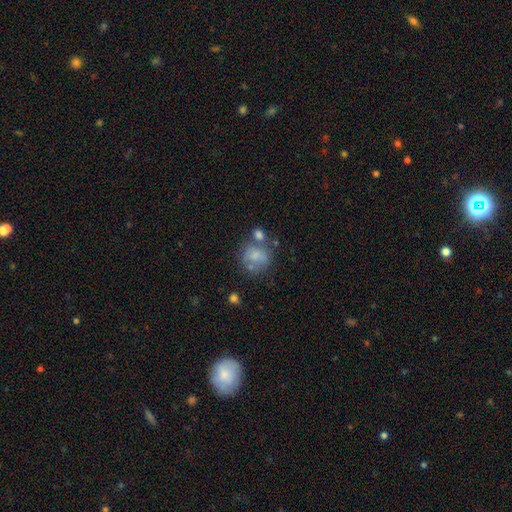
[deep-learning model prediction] A smooth galaxy with no disk features (65%) that is round (71%).

Vote fractions:
- Smooth or featured? smooth: 65% / featured or disk: 25% / star or artifact: 10%
- How rounded? round: 71% / in between: 28% / cigar-shaped: 1%
- Merging? none: 40% / merger: 23% / minor disturbance: 21% / major disturbance: 15%